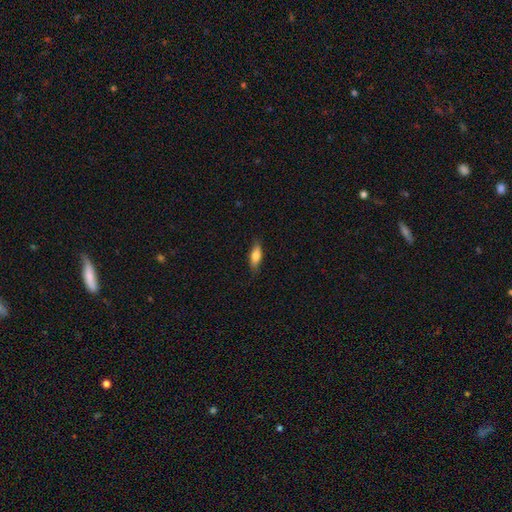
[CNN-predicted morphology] Smooth or featured? smooth (77%)
How rounded? in between (62%)
Merging? none (84%)